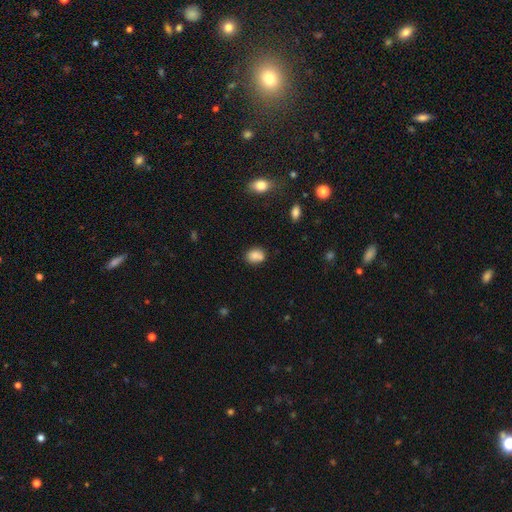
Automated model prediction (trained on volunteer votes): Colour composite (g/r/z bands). It shows a smooth galaxy with no disk features (81%) that is in between round and cigar-shaped (54%). Merging: none (57%).